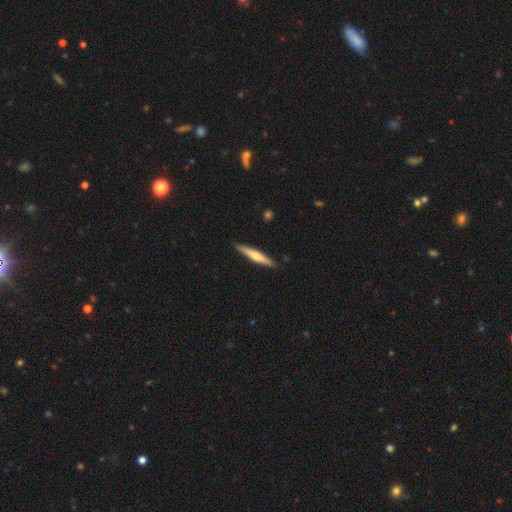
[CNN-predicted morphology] featured or disk 49%, smooth 46%, star or artifact 5%. Down the decision tree: merging — none (90%).